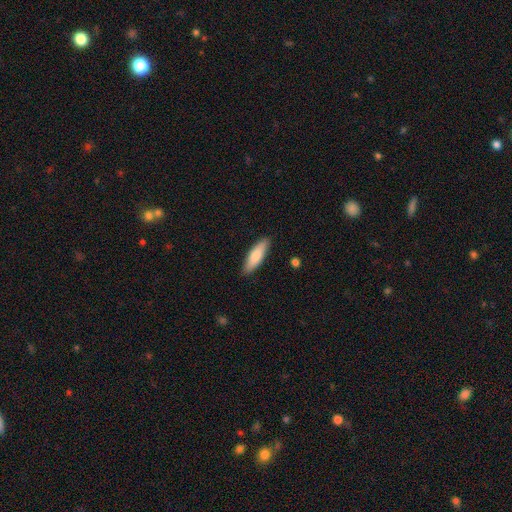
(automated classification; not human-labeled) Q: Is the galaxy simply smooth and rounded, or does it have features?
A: smooth — 81%.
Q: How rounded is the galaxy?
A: cigar-shaped — 51%.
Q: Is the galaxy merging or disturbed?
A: none — 88%.